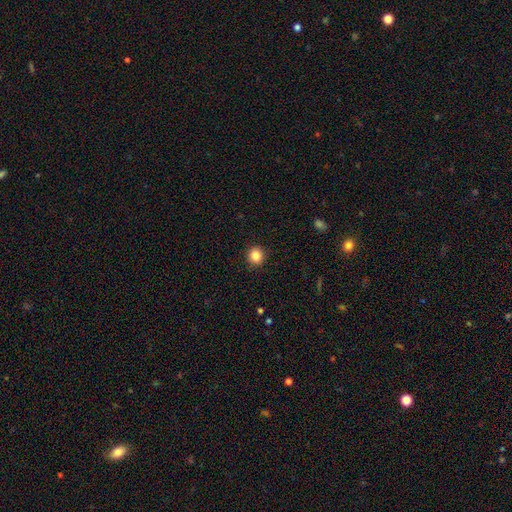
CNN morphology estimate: Smooth or featured?
  - smooth: 85% *
  - star or artifact: 11%
  - featured or disk: 4%
How rounded?
  - round: 89% *
  - in between: 10%
  - cigar-shaped: 1%
Merging?
  - none: 92% *
  - minor disturbance: 6%
  - major disturbance: 2%
  - merger: 1%